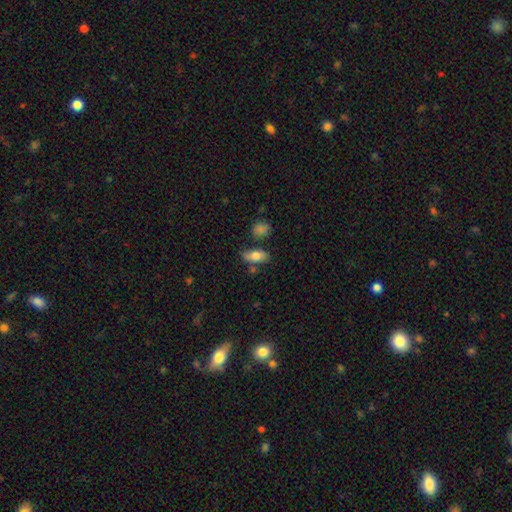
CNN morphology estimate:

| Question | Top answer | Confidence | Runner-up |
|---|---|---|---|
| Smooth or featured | smooth | 75% | featured or disk (17%) |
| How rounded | in between | 83% | cigar-shaped (12%) |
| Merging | none | 66% | minor disturbance (19%) |